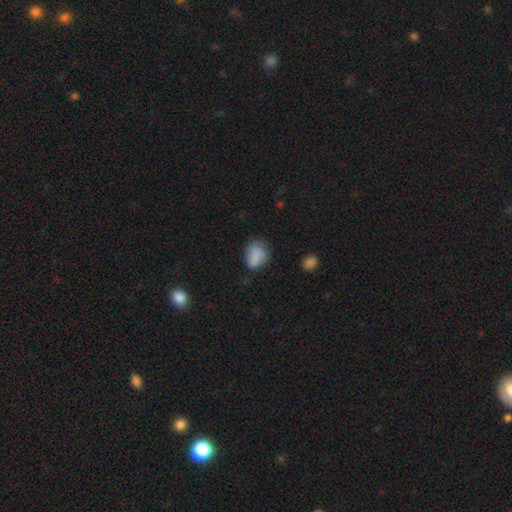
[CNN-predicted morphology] smooth 81%, star or artifact 9%, featured or disk 9%. Down the decision tree: how rounded — in between (68%); merging — none (56%).